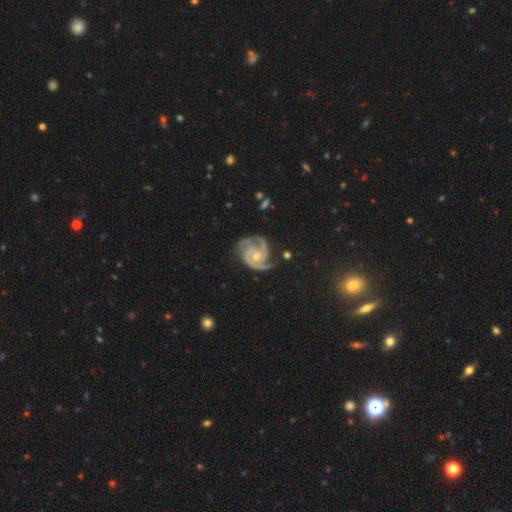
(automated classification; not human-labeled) Smooth or featured? Predicted: featured or disk (p=0.93). Edge-on disk? Predicted: no (p=0.98). Bar? Predicted: no (p=0.72). Spiral arms? Predicted: yes (p=0.99). Spiral winding? Predicted: tight (p=0.54). Spiral arm count? Predicted: 2 (p=0.48). Bulge size? Predicted: small (p=0.52). Merging? Predicted: none (p=0.69).